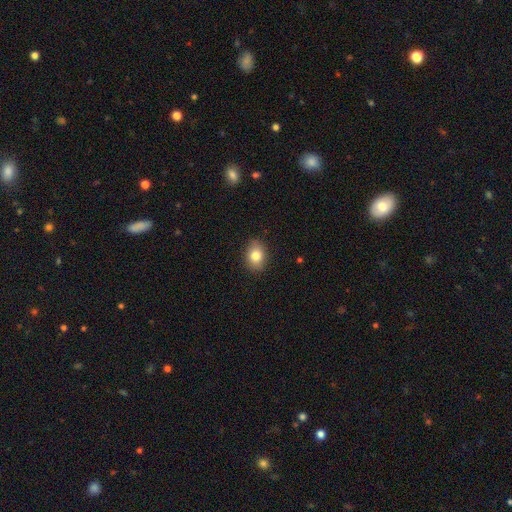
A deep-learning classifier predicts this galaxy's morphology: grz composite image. It shows a smooth galaxy with no disk features (82%) that is in between round and cigar-shaped (67%). Merging: none (87%).